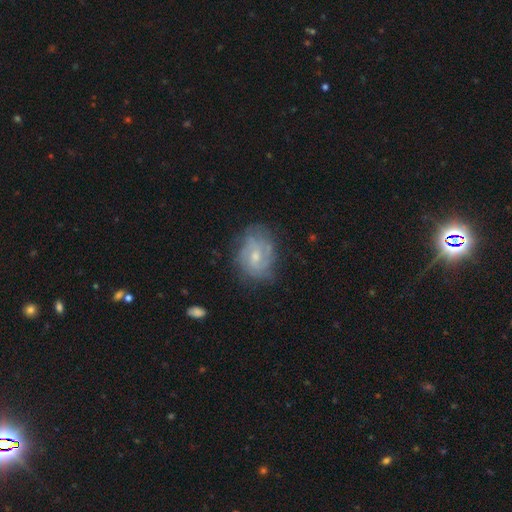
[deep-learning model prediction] A featured or disk galaxy (70%) with no bar (49%), tight (49%) spiral arms (82%) and a moderate central bulge (47%). Merging: none (63%).